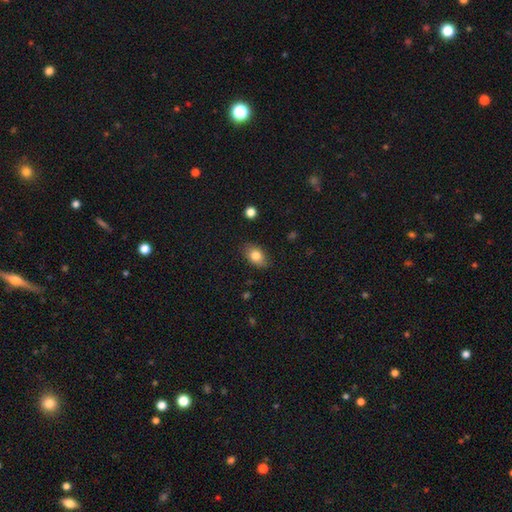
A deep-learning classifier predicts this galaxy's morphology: smooth 81%, featured or disk 10%, star or artifact 8%. Down the decision tree: how rounded — in between (84%); merging — none (85%).